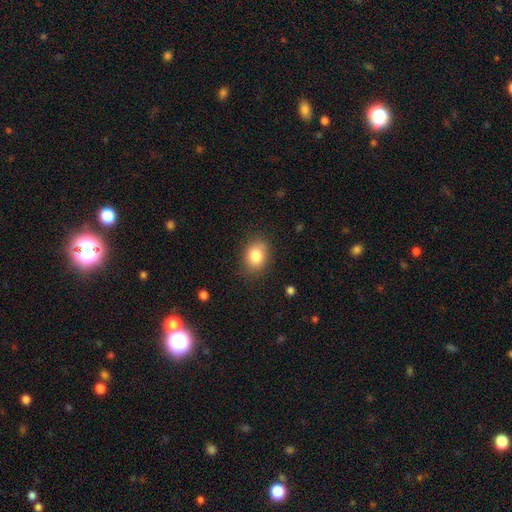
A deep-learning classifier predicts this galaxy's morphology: A smooth galaxy with no disk features (84%) that is in between round and cigar-shaped (59%). Merging: none (82%).